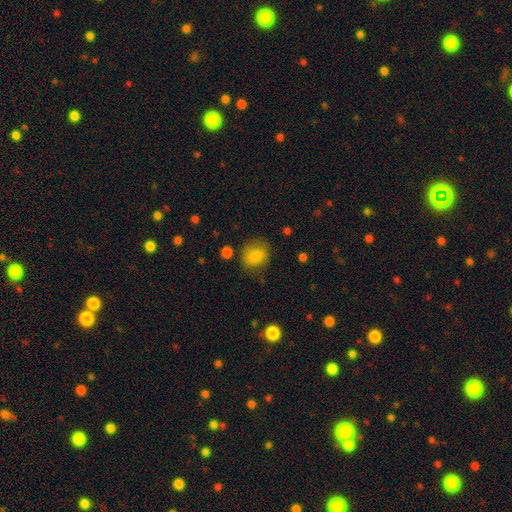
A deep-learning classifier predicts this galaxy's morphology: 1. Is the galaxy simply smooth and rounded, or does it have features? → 80% smooth, 10% featured or disk, 10% star or artifact.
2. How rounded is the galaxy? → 73% round, 26% in between, 1% cigar-shaped.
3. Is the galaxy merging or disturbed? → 74% none, 18% minor disturbance, 6% major disturbance, 3% merger.